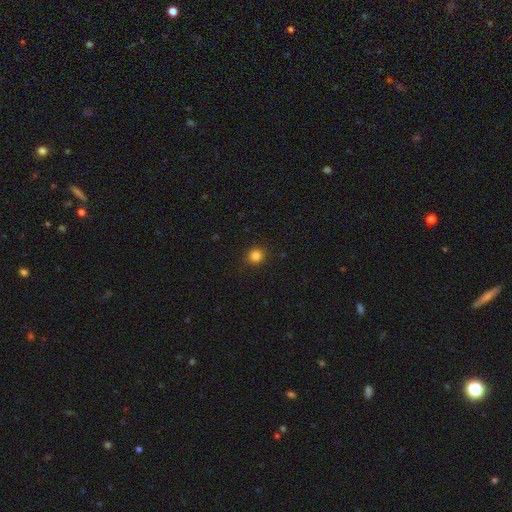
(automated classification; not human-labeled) Smooth or featured? smooth (83%)
How rounded? round (91%)
Merging? none (92%)